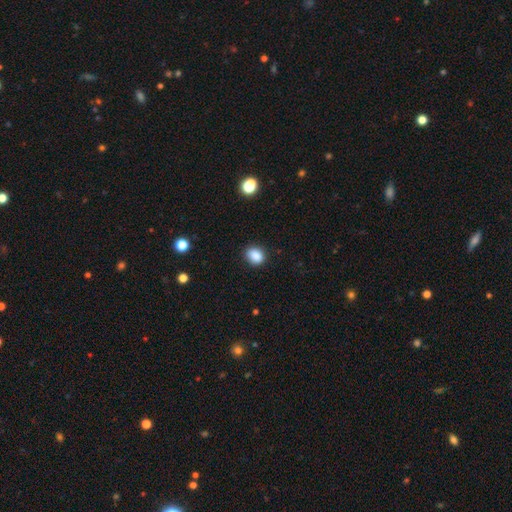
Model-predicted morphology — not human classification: Smooth or featured? smooth (86%)
How rounded? in between (52%)
Merging? none (85%)